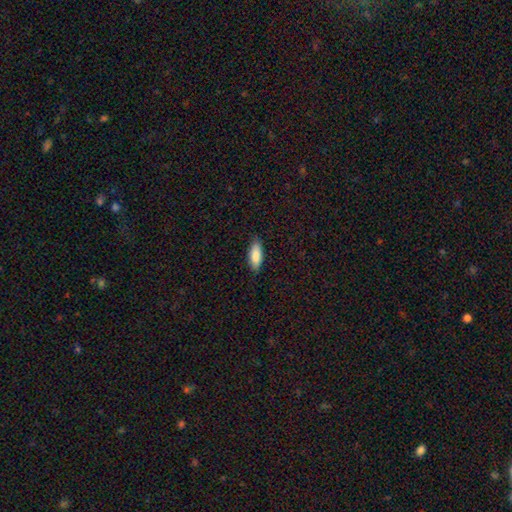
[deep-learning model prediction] This appears to be a smooth galaxy with no disk features (86%) that is in between round and cigar-shaped (74%). Merging: none (86%).